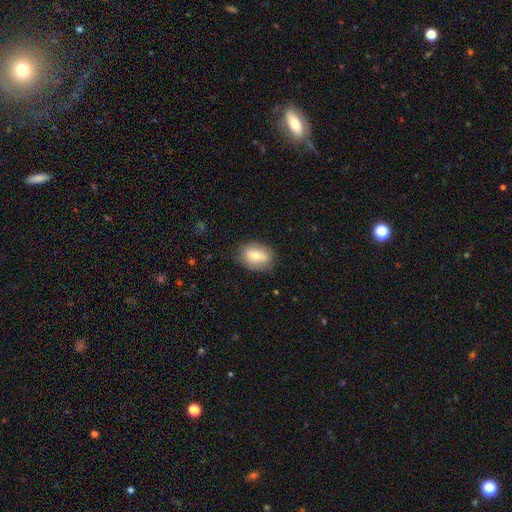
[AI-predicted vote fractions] smooth_or_featured: smooth (p=0.73) [alt: featured or disk p=0.20]
how_rounded: in between (p=0.79) [alt: round p=0.20]
merging: none (p=0.79) [alt: minor disturbance p=0.16]